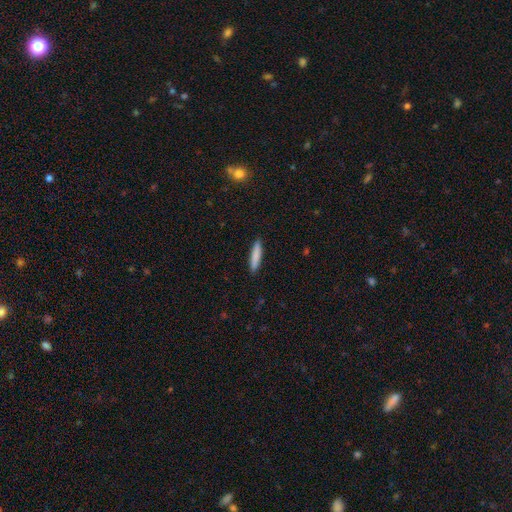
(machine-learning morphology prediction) Overall: smooth (83%). How rounded: cigar-shaped (90%). Merging: none (91%).